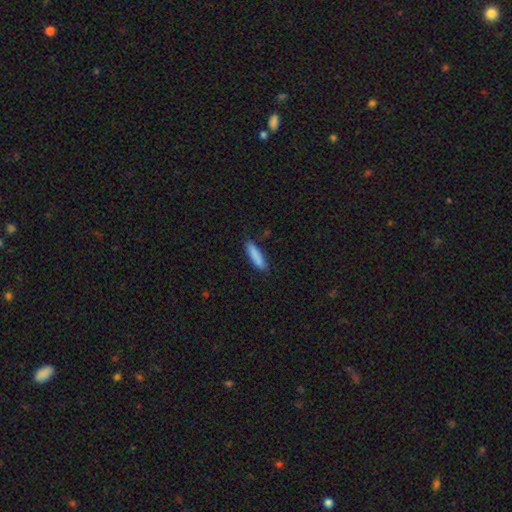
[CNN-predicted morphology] Smooth or featured? smooth (86%)
How rounded? cigar-shaped (77%)
Merging? none (85%)